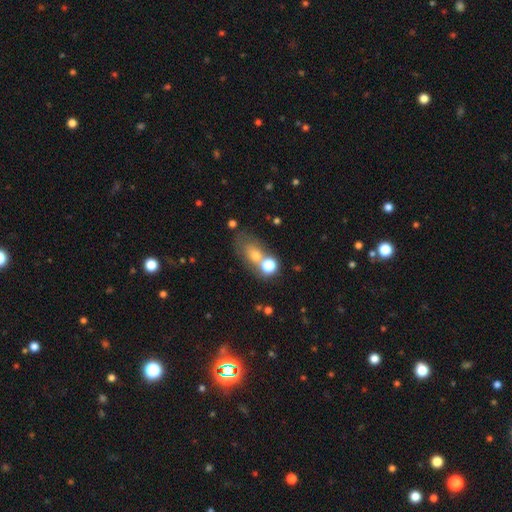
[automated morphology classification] smooth-or-featured: smooth: 63% | star or artifact: 19% | featured or disk: 18%
  how-rounded: in between: 66% | round: 30% | cigar-shaped: 4%
  merging: none: 47% | merger: 29% | minor disturbance: 15% | major disturbance: 10%